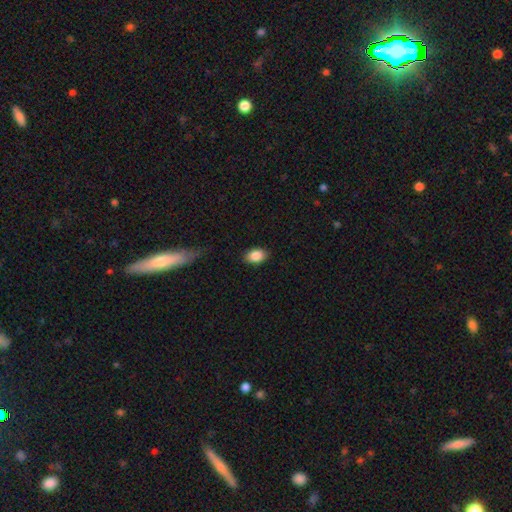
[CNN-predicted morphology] A smooth galaxy with no disk features (87%) that is in between round and cigar-shaped (86%).

Vote fractions:
- Smooth or featured? smooth: 87% / star or artifact: 8% / featured or disk: 5%
- How rounded? in between: 86% / round: 12% / cigar-shaped: 1%
- Merging? none: 86% / minor disturbance: 10% / major disturbance: 2% / merger: 1%